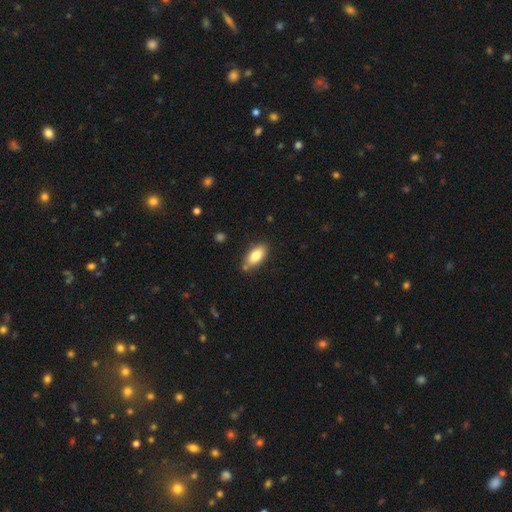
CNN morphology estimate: Smooth or featured? smooth (80%)
How rounded? in between (88%)
Merging? none (80%)